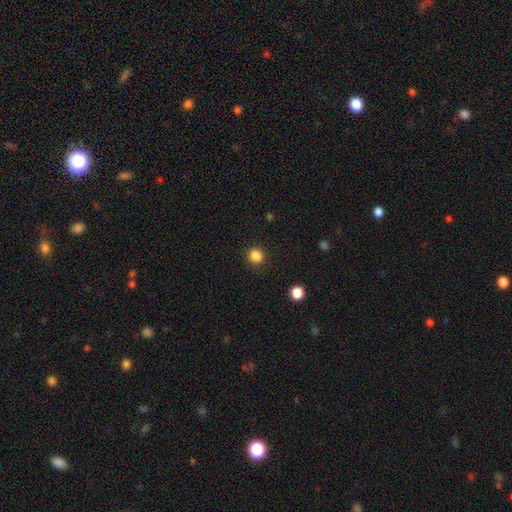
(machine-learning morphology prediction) Smooth or featured?
  - smooth: 85% *
  - star or artifact: 12%
  - featured or disk: 3%
How rounded?
  - round: 90% *
  - in between: 9%
  - cigar-shaped: 1%
Merging?
  - none: 88% *
  - minor disturbance: 8%
  - major disturbance: 3%
  - merger: 1%